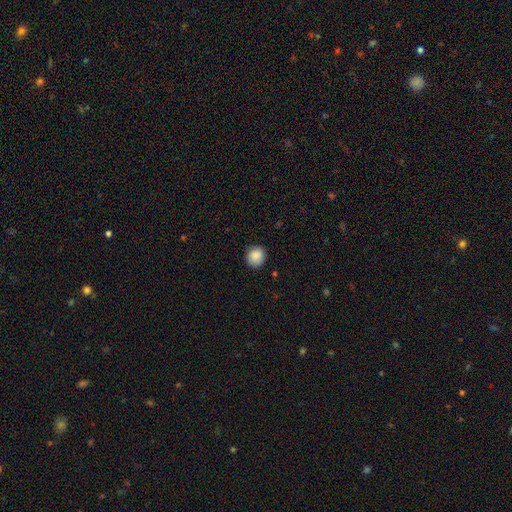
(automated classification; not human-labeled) Smooth or featured? smooth (88%)
How rounded? round (86%)
Merging? none (87%)